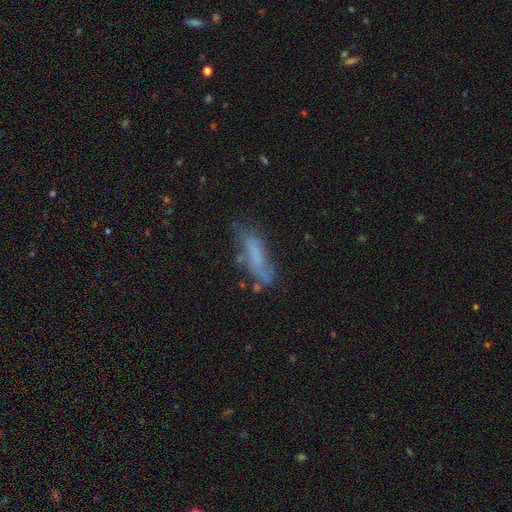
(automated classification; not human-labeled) A smooth galaxy with no disk features (56%) that is cigar-shaped (54%). Merging: none (48%).